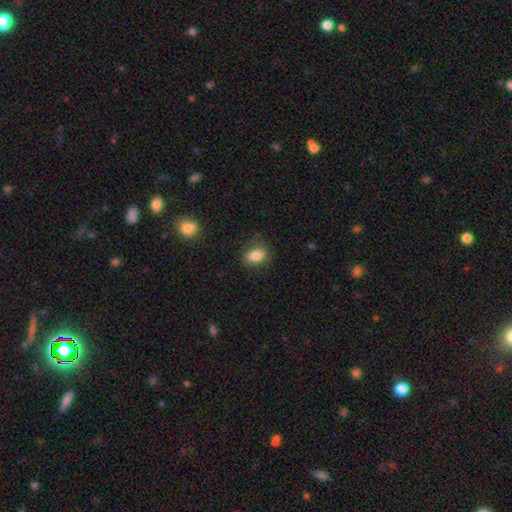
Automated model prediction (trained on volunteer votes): The model was most divided on "how rounded": in between: 66%, round: 33%, cigar-shaped: 1%. More confident: smooth or featured — smooth (83%); merging — none (81%).